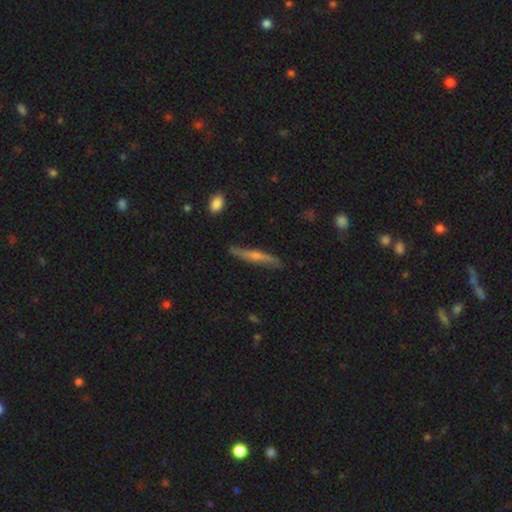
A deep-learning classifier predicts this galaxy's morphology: The model was most divided on "smooth or featured": featured or disk: 57%, smooth: 37%, star or artifact: 7%. More confident: edge-on disk — yes (92%); merging — none (83%); edge-on bulge — rounded (71%).